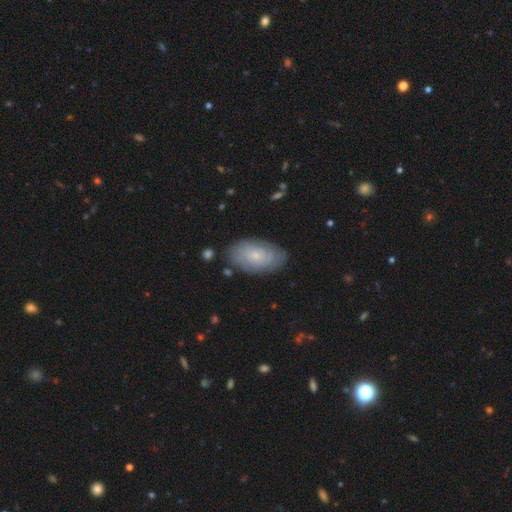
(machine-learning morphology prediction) Smooth or featured? Predicted: smooth (p=0.49). Merging? Predicted: none (p=0.79).